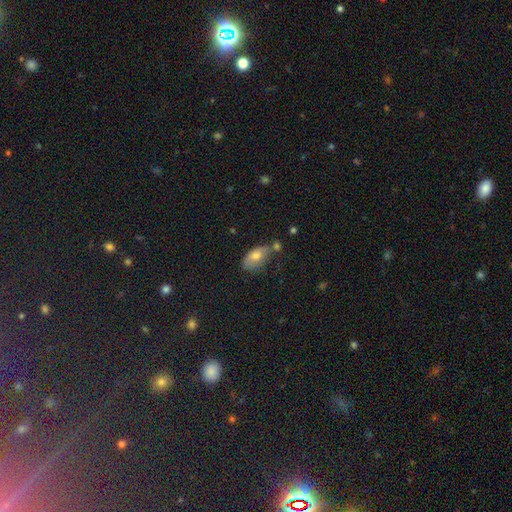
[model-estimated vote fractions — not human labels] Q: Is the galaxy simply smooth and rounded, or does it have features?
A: smooth — 73%.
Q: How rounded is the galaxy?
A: in between — 89%.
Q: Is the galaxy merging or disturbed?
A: none — 41%.